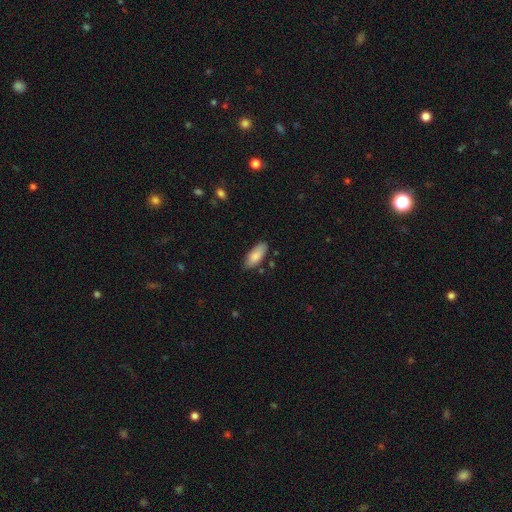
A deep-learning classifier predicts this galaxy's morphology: A smooth galaxy with no disk features (86%) that is in between round and cigar-shaped (84%). Merging: none (80%).